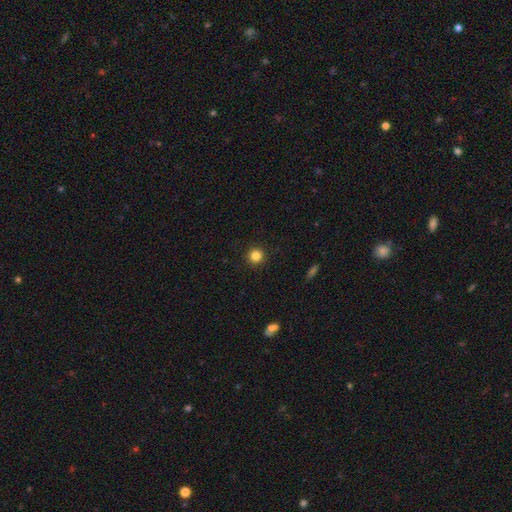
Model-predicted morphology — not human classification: Smooth or featured? smooth (84%)
How rounded? round (95%)
Merging? none (93%)